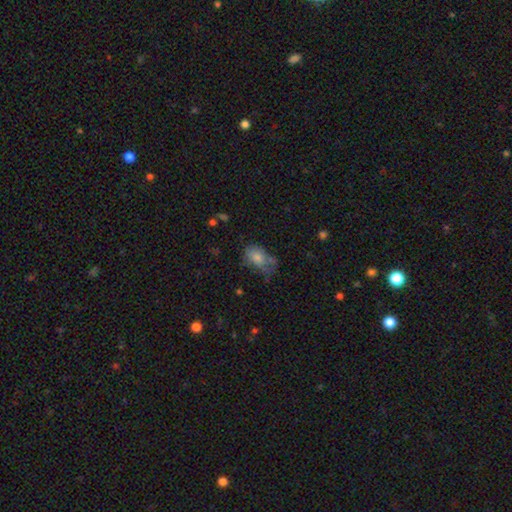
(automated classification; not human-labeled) A smooth galaxy with no disk features (64%) that is in between round and cigar-shaped (83%). Merging: none (41%).